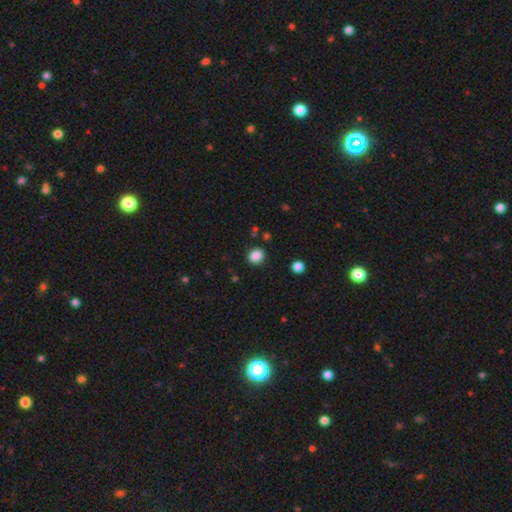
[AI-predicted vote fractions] Morphology: type=smooth (87%); roundness=round (65%); merging=none (86%).